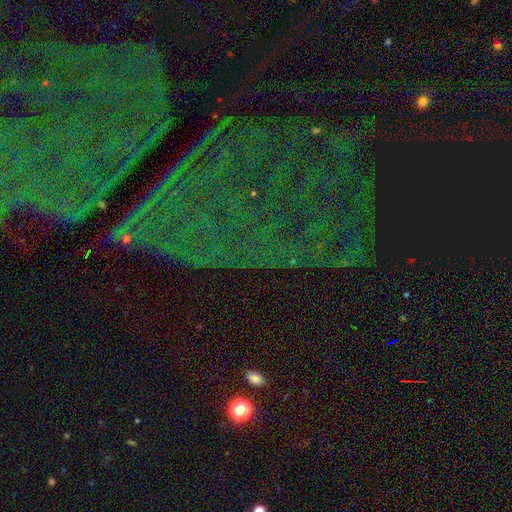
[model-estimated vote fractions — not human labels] smooth-or-featured: star or artifact: 81% | featured or disk: 10% | smooth: 8%